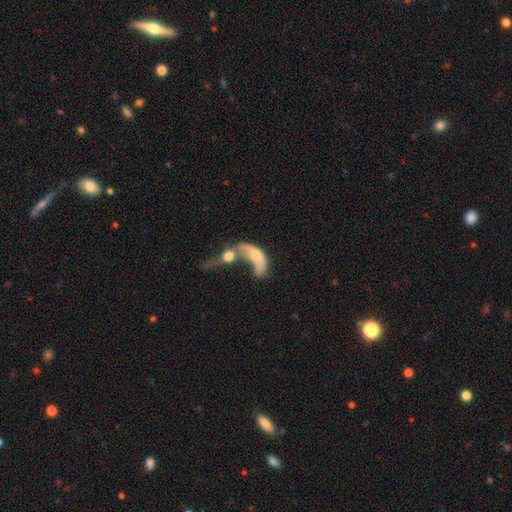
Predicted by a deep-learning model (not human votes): Smooth or featured? Predicted: smooth (p=0.52). How rounded? Predicted: in between (p=0.74). Merging? Predicted: merger (p=0.68).